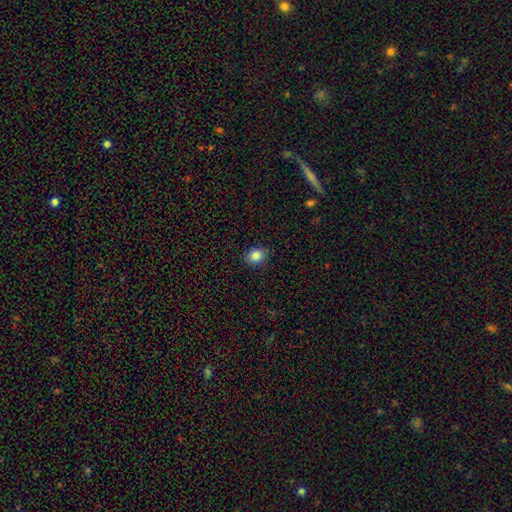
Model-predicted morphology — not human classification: type=smooth (84%); roundness=round (52%); merging=none (88%).